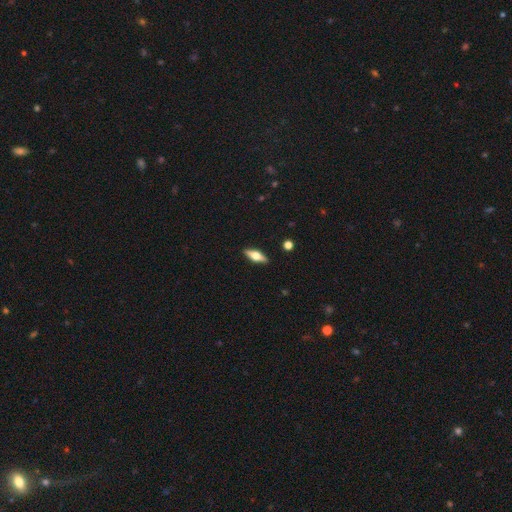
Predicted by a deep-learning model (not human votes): featured or disk 51%, smooth 42%, star or artifact 7%. Down the decision tree: edge-on disk — yes (92%); merging — none (90%).